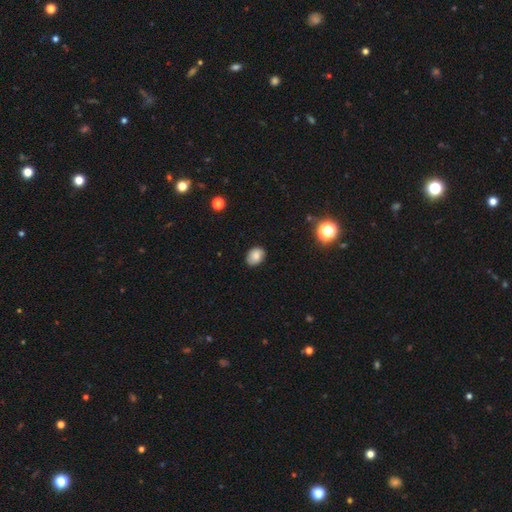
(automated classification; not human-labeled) Smooth or featured?
  - smooth: 80% *
  - featured or disk: 10%
  - star or artifact: 10%
How rounded?
  - in between: 65% *
  - round: 34%
  - cigar-shaped: 1%
Merging?
  - none: 83% *
  - minor disturbance: 13%
  - major disturbance: 2%
  - merger: 1%